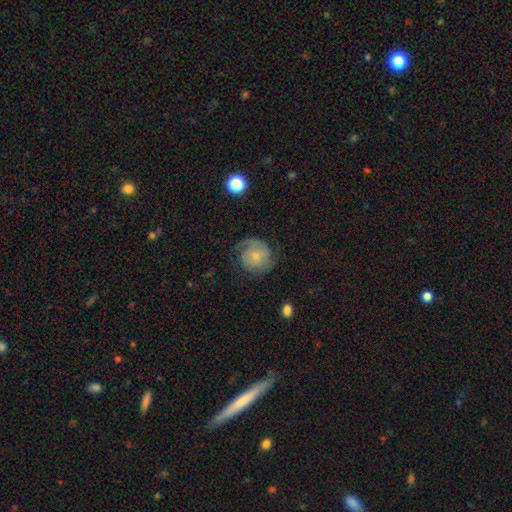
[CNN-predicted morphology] Q: Smooth or featured?
A: featured or disk (71%); runner-up: smooth (22%)
Q: Edge-on disk?
A: no (98%); runner-up: yes (2%)
Q: Bar?
A: no (77%); runner-up: weak (20%)
Q: Spiral arms?
A: yes (91%); runner-up: no (9%)
Q: Spiral winding?
A: tight (49%); runner-up: medium (34%)
Q: Spiral arm count?
A: 2 (55%); runner-up: can't tell (17%)
Q: Bulge size?
A: small (62%); runner-up: moderate (32%)
Q: Merging?
A: none (65%); runner-up: minor disturbance (19%)